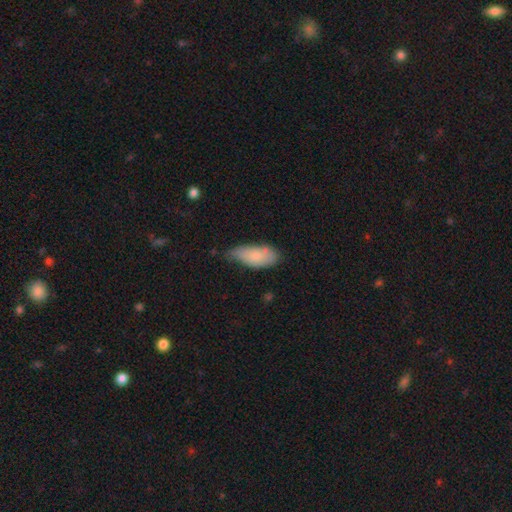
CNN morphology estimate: smooth_or_featured: smooth (p=0.79) [alt: featured or disk p=0.15]
how_rounded: in between (p=0.88) [alt: cigar-shaped p=0.10]
merging: none (p=0.43) [tied with: minor disturbance p=0.43]